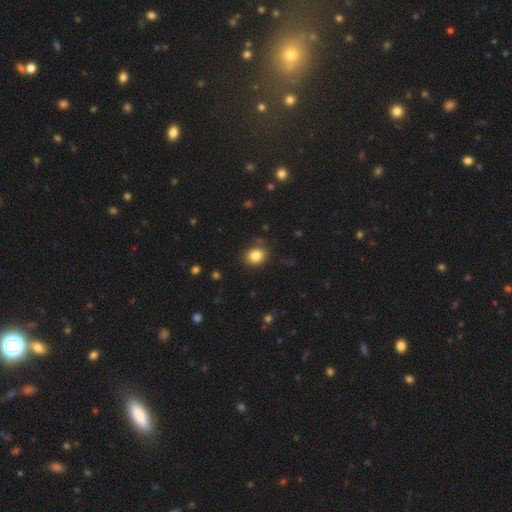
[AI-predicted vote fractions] A smooth galaxy with no disk features (83%) that is round (70%). Merging: none (83%).